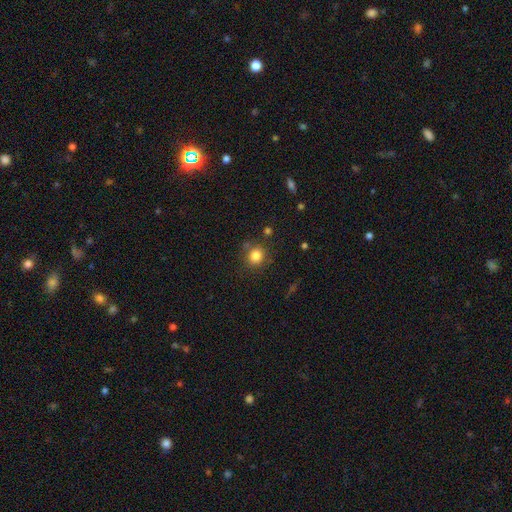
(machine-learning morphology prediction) type=smooth (82%); roundness=round (87%); merging=none (81%).